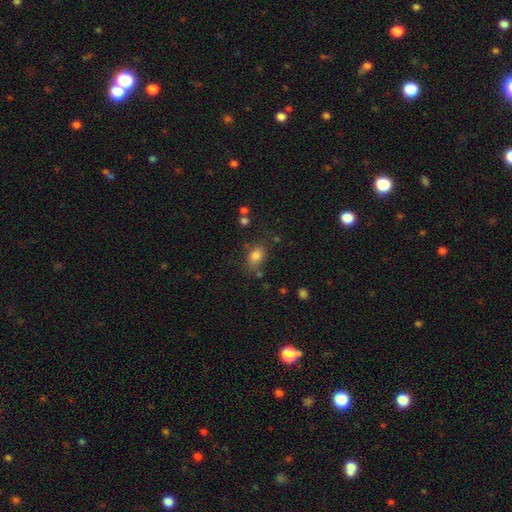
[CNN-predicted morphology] smooth 81%, star or artifact 11%, featured or disk 8%. Down the decision tree: how rounded — in between (75%); merging — none (70%).